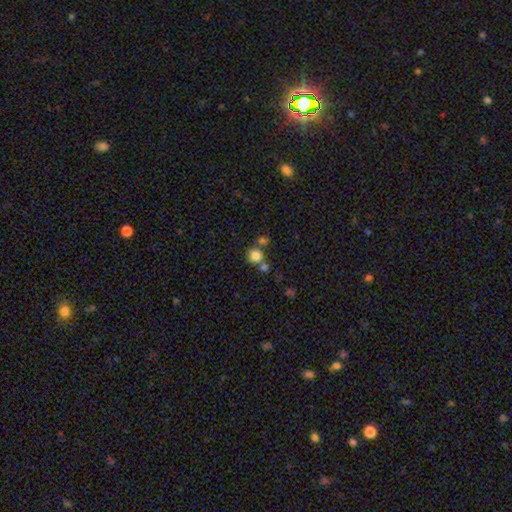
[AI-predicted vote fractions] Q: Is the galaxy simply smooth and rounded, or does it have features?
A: smooth — 80%.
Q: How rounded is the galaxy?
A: round — 87%.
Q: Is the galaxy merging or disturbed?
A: none — 59%.